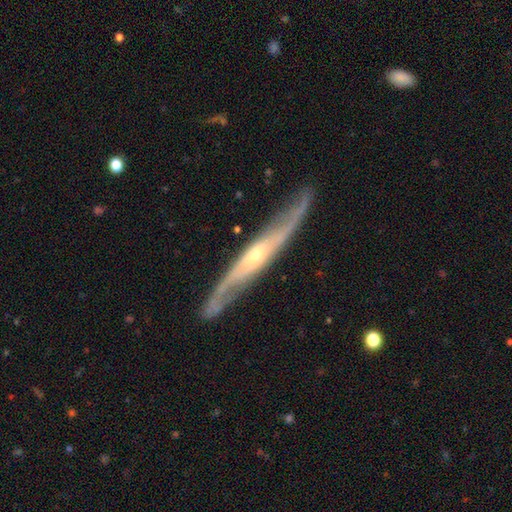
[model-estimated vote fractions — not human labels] smooth-or-featured: featured or disk: 86% | smooth: 9% | star or artifact: 5%
  disk-edge-on: yes: 55% | no: 45%
  merging: none: 81% | minor disturbance: 14% | major disturbance: 4% | merger: 2%